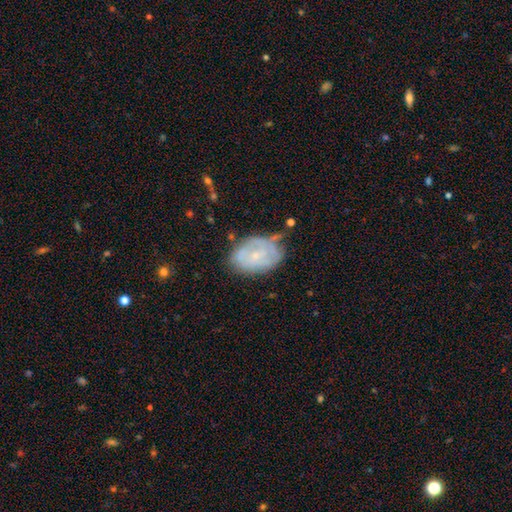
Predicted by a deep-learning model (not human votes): Smooth or featured?
  - featured or disk: 58% *
  - smooth: 34%
  - star or artifact: 8%
Edge-on disk?
  - no: 96% *
  - yes: 4%
Bar?
  - no: 72% *
  - weak: 24%
  - strong: 5%
Spiral arms?
  - yes: 63% *
  - no: 37%
Bulge size?
  - small: 74% *
  - moderate: 18%
  - none: 6%
  - large: 1%
  - dominant: 1%
Merging?
  - none: 54% *
  - minor disturbance: 30%
  - major disturbance: 11%
  - merger: 5%